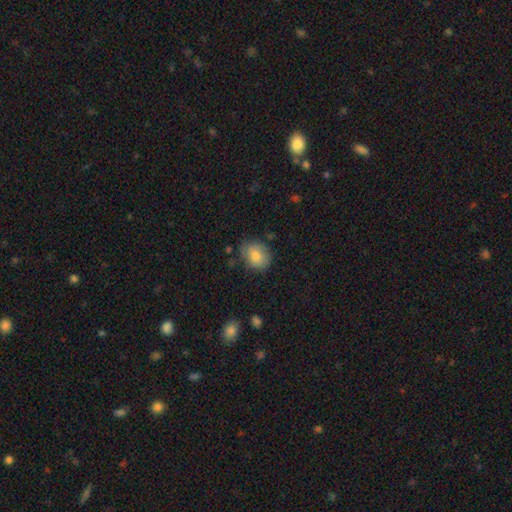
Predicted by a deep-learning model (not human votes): smooth-or-featured: smooth: 81% | featured or disk: 11% | star or artifact: 8%
  how-rounded: in between: 60% | round: 39% | cigar-shaped: 1%
  merging: none: 78% | minor disturbance: 16% | major disturbance: 3% | merger: 2%